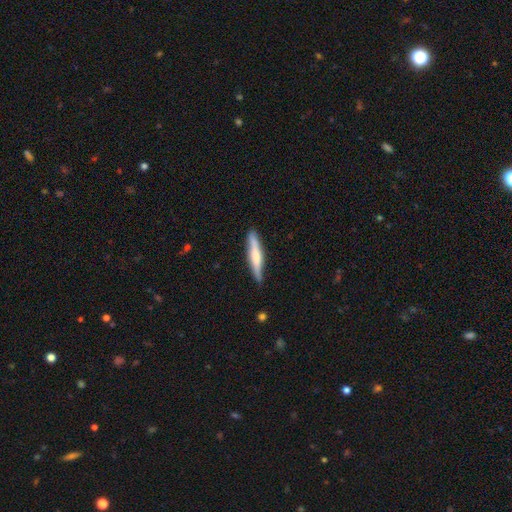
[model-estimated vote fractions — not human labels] The model was most divided on "smooth or featured": smooth: 56%, featured or disk: 39%, star or artifact: 5%. More confident: how rounded — cigar-shaped (90%); merging — none (84%).